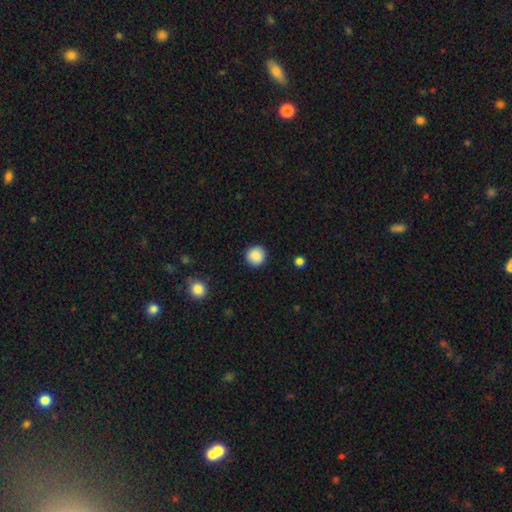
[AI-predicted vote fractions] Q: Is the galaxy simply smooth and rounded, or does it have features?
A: smooth — 89%.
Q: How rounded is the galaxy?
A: round — 94%.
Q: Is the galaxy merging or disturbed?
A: none — 91%.